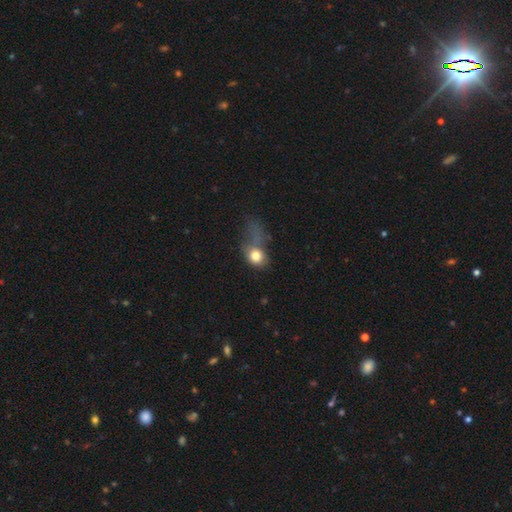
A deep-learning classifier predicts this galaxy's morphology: This appears to be a smooth galaxy with no disk features (74%) that is in between round and cigar-shaped (50%). Merging: major disturbance (51%).